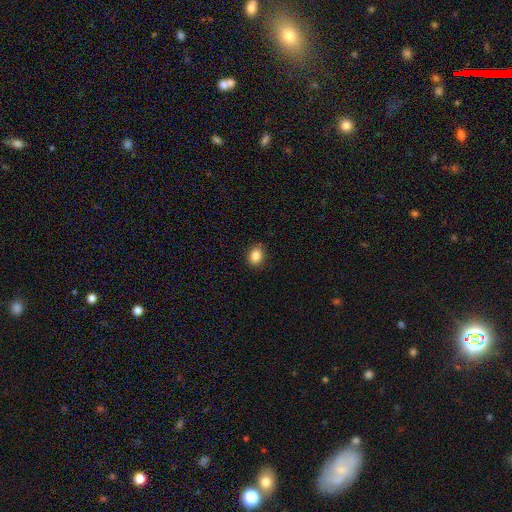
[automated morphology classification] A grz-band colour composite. It shows a smooth galaxy with no disk features (87%) that is in between round and cigar-shaped (60%). Merging: none (87%).